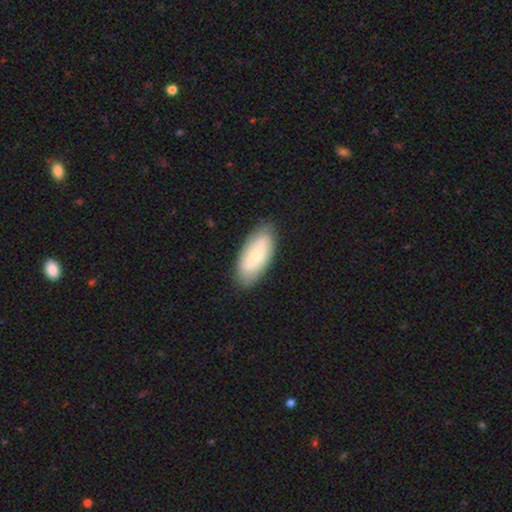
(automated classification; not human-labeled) Smooth or featured?
  - smooth: 54% *
  - featured or disk: 40%
  - star or artifact: 6%
How rounded?
  - in between: 86% *
  - cigar-shaped: 12%
  - round: 2%
Merging?
  - none: 83% *
  - minor disturbance: 13%
  - major disturbance: 3%
  - merger: 1%